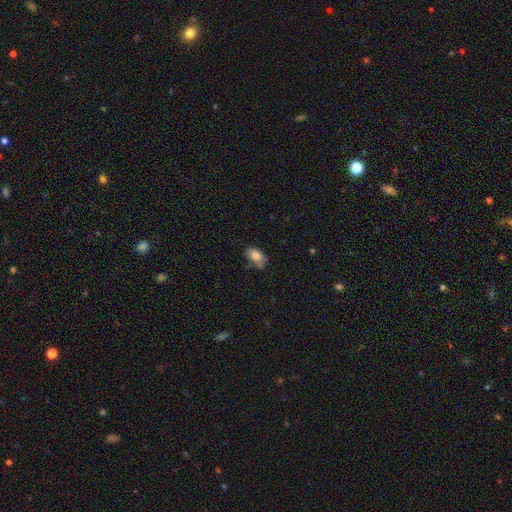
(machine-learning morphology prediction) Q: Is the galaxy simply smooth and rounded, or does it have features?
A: smooth — 82%.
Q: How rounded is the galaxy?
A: in between — 89%.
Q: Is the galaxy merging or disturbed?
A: none — 58%.